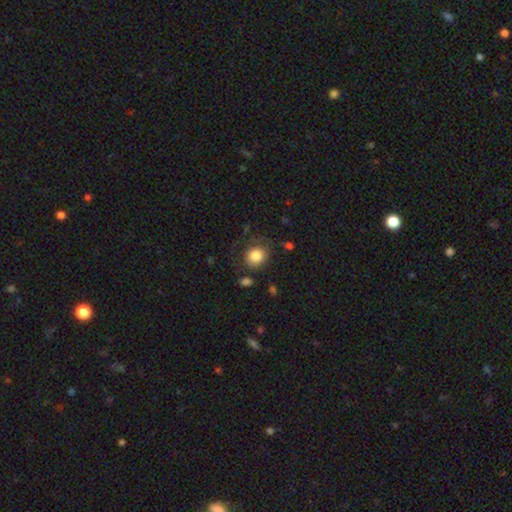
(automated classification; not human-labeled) smooth 83%, star or artifact 9%, featured or disk 8%. Down the decision tree: how rounded — round (79%); merging — none (71%).